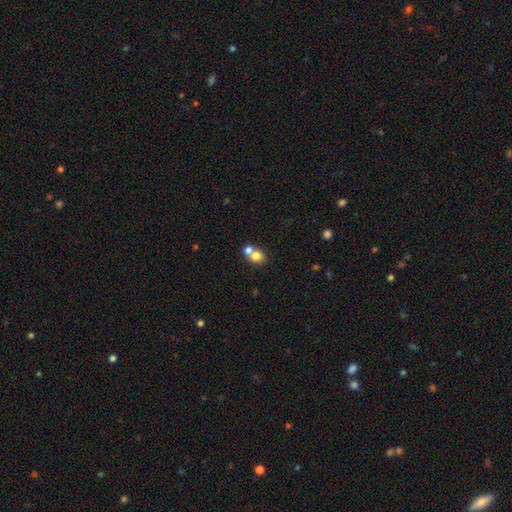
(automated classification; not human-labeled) A smooth galaxy with no disk features (76%) that is round (66%).

Vote fractions:
- Smooth or featured? smooth: 76% / featured or disk: 13% / star or artifact: 11%
- How rounded? round: 66% / in between: 33% / cigar-shaped: 1%
- Merging? merger: 56% / none: 35% / minor disturbance: 6% / major disturbance: 3%